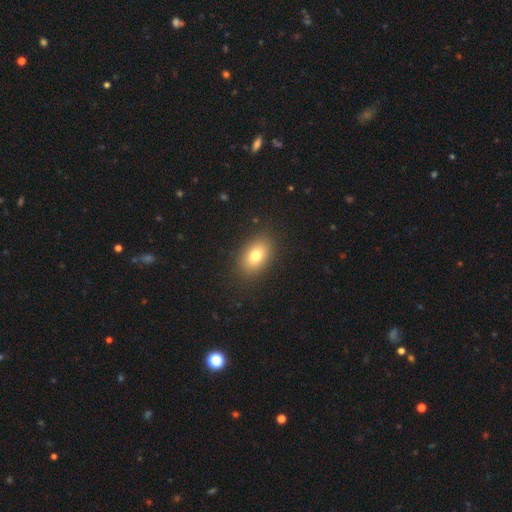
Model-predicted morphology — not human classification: Smooth or featured? smooth (77%)
How rounded? in between (83%)
Merging? none (88%)